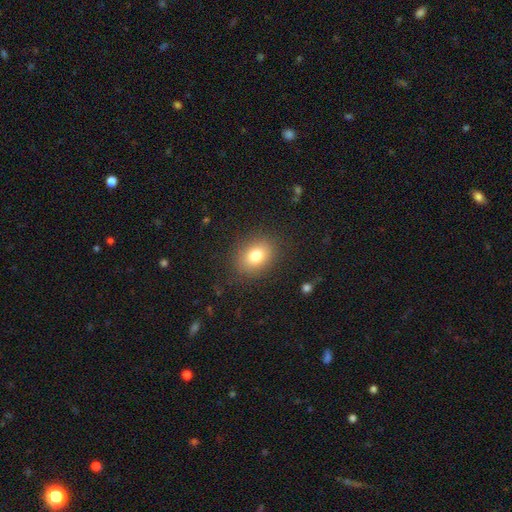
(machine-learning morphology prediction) smooth-or-featured: smooth: 78% | star or artifact: 11% | featured or disk: 10%
  how-rounded: in between: 56% | round: 43% | cigar-shaped: 1%
  merging: none: 85% | minor disturbance: 10% | major disturbance: 4% | merger: 1%